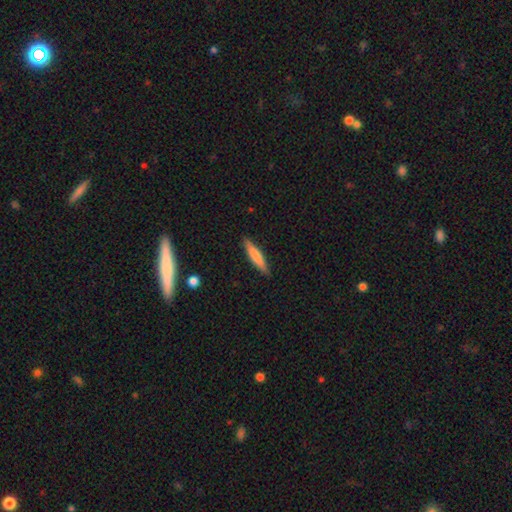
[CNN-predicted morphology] This appears to be a smooth galaxy with no disk features (71%) that is cigar-shaped (88%). Merging: none (89%).